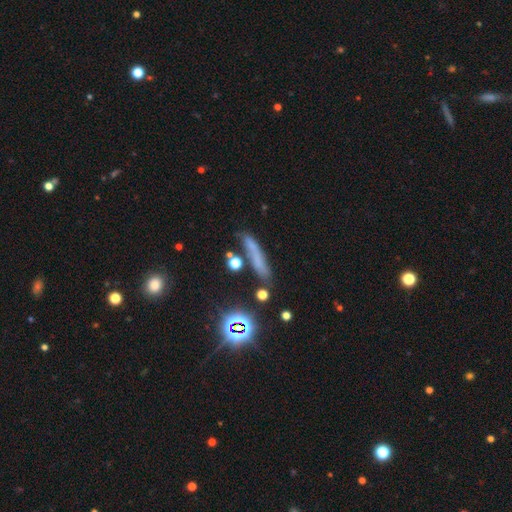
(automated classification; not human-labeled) smooth-or-featured: smooth: 55% | featured or disk: 23% | star or artifact: 22%
  how-rounded: cigar-shaped: 84% | in between: 10% | round: 6%
  merging: none: 69% | minor disturbance: 18% | merger: 7% | major disturbance: 6%